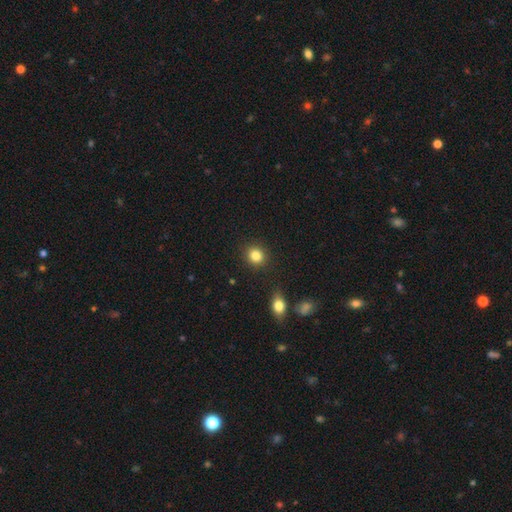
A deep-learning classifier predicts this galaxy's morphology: Smooth or featured?
  - smooth: 86% *
  - star or artifact: 10%
  - featured or disk: 5%
How rounded?
  - round: 80% *
  - in between: 19%
  - cigar-shaped: 1%
Merging?
  - none: 87% *
  - minor disturbance: 7%
  - merger: 3%
  - major disturbance: 3%